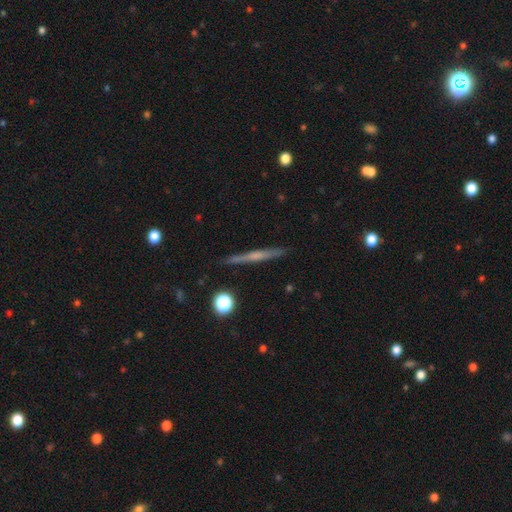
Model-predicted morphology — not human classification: Overall: featured or disk (58%; smooth 35%). Edge-on disk: yes (97%). Edge-on bulge: none (57%; rounded 35%). Merging: none (91%).